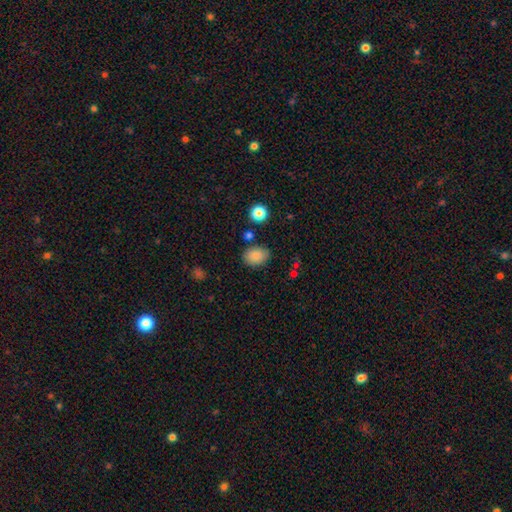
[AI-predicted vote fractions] smooth-or-featured: smooth: 84% | star or artifact: 9% | featured or disk: 7%
  how-rounded: in between: 72% | round: 27% | cigar-shaped: 1%
  merging: none: 80% | minor disturbance: 13% | merger: 4% | major disturbance: 3%